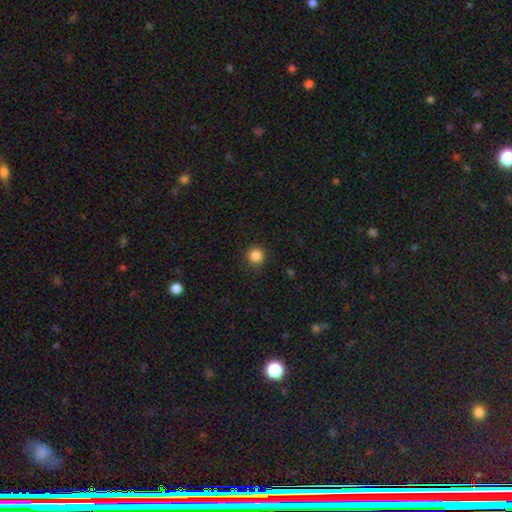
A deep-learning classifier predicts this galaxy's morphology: type=smooth (85%); roundness=round (94%); merging=none (89%).